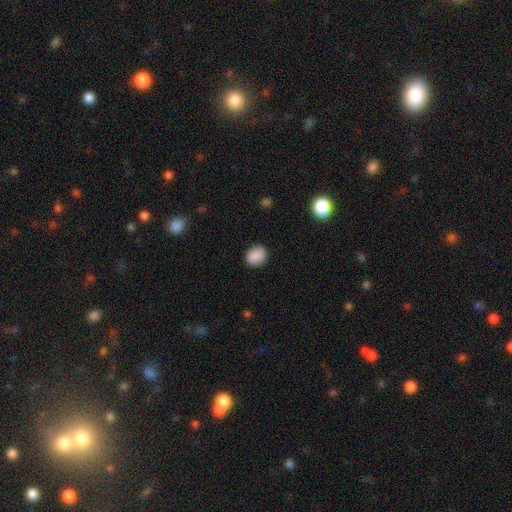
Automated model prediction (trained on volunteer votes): This appears to be a smooth galaxy with no disk features (88%) that is round (64%). Merging: none (87%).